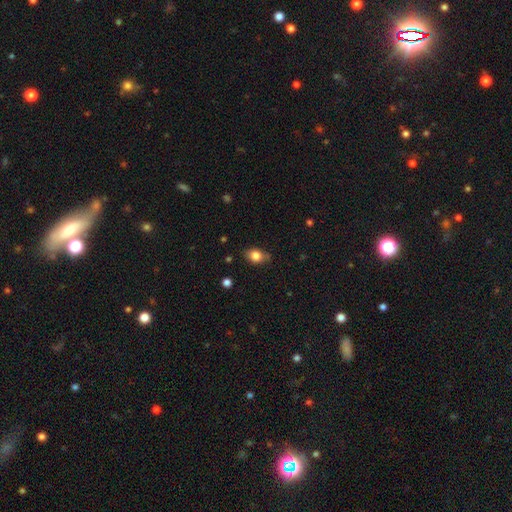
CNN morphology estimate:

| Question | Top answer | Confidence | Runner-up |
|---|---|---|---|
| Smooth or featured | smooth | 81% | featured or disk (11%) |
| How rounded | in between | 73% | round (25%) |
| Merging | none | 76% | minor disturbance (19%) |